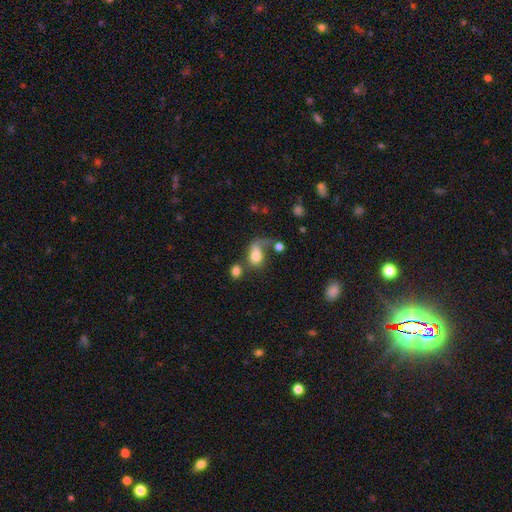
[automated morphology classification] Smooth or featured?
  - smooth: 68% *
  - featured or disk: 21%
  - star or artifact: 10%
How rounded?
  - in between: 63% *
  - round: 34%
  - cigar-shaped: 2%
Merging?
  - major disturbance: 33% *
  - merger: 27%
  - none: 24%
  - minor disturbance: 15%